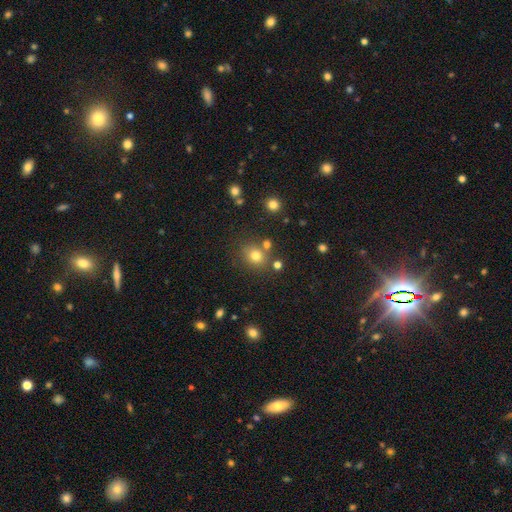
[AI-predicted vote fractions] smooth 76%, star or artifact 16%, featured or disk 8%. Down the decision tree: how rounded — round (74%); merging — none (73%).